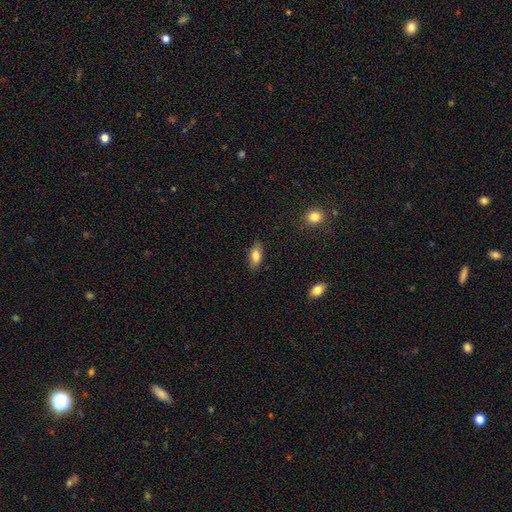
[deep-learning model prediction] smooth-or-featured: smooth: 80% | featured or disk: 12% | star or artifact: 8%
  how-rounded: in between: 87% | cigar-shaped: 9% | round: 4%
  merging: none: 85% | minor disturbance: 11% | major disturbance: 2% | merger: 1%